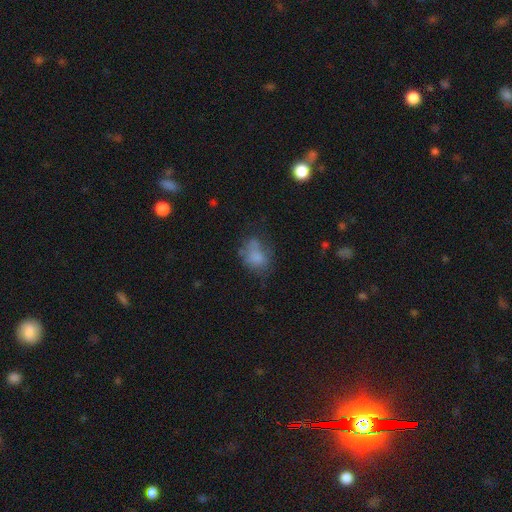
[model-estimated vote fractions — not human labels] This appears to be a smooth galaxy with no disk features (66%) that is in between round and cigar-shaped (62%). Merging: none (41%).